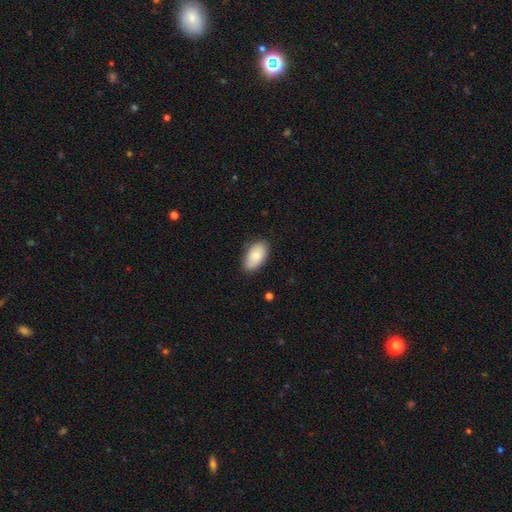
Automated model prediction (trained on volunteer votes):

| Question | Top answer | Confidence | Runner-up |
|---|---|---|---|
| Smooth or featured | smooth | 80% | featured or disk (14%) |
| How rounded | in between | 95% | round (4%) |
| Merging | none | 85% | minor disturbance (12%) |